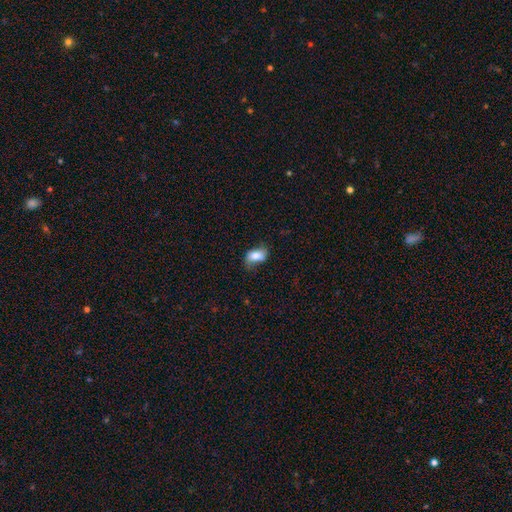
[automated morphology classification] Overall: smooth (80%). How rounded: in between (87%). Merging: none (61%; minor disturbance 29%).